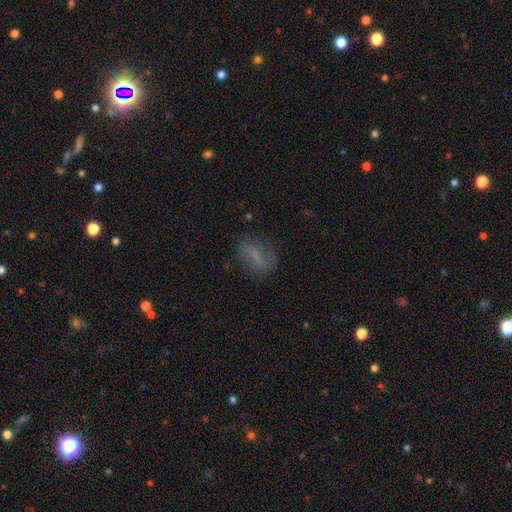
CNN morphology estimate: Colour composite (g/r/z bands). It shows a smooth galaxy with no disk features (56%) that is in between round and cigar-shaped (68%). Merging: none (70%).